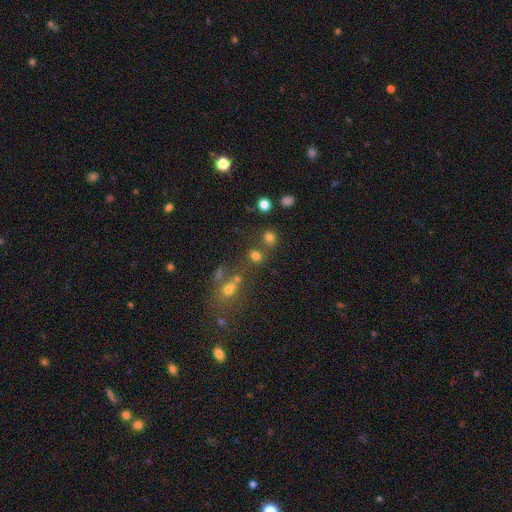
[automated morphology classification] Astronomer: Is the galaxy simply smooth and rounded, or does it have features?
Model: smooth — 72%.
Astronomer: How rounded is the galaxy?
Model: round — 82%.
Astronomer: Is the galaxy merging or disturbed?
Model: none — 65%.